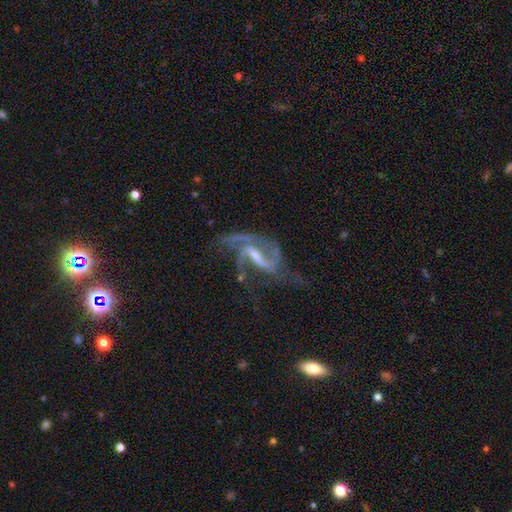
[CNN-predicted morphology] featured or disk 87%, star or artifact 7%, smooth 6%. Down the decision tree: edge-on disk — no (95%); bar — strong (42%); spiral arms — yes (93%); spiral arm count — 2 (58%); spiral winding — loose (44%); bulge size — small (54%); merging — major disturbance (41%).